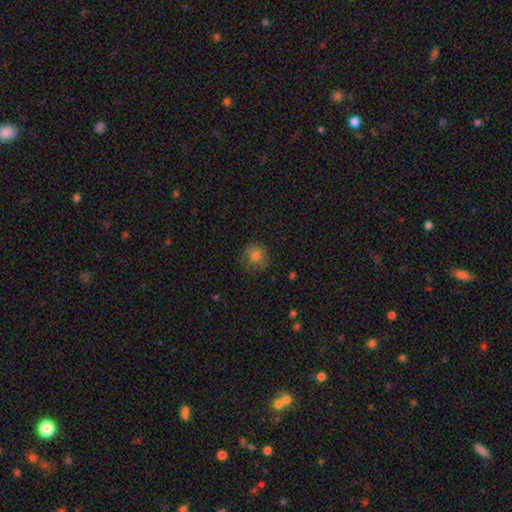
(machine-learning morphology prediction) A smooth galaxy with no disk features (74%) that is round (85%).

Vote fractions:
- Smooth or featured? smooth: 74% / featured or disk: 15% / star or artifact: 11%
- How rounded? round: 85% / in between: 15% / cigar-shaped: 1%
- Merging? none: 72% / minor disturbance: 19% / major disturbance: 7% / merger: 1%